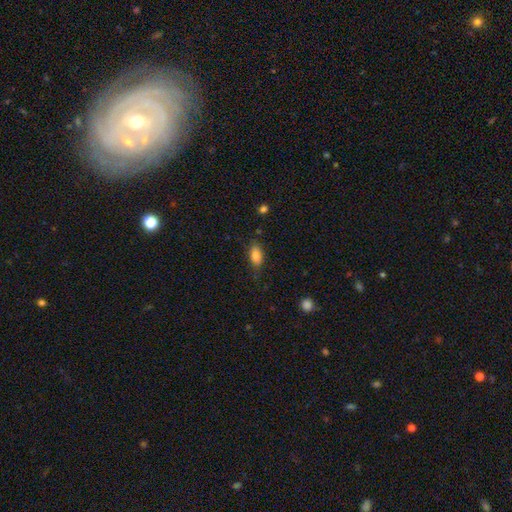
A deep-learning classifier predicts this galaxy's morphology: Overall: smooth (83%). How rounded: in between (88%). Merging: none (76%).